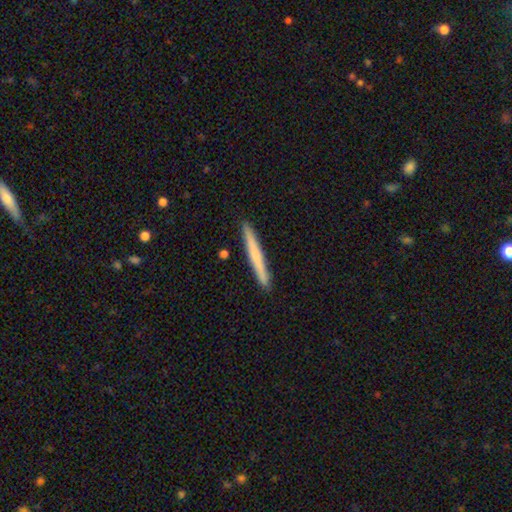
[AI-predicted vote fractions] Overall: smooth (62%; featured or disk 33%). How rounded: cigar-shaped (97%). Merging: none (92%).